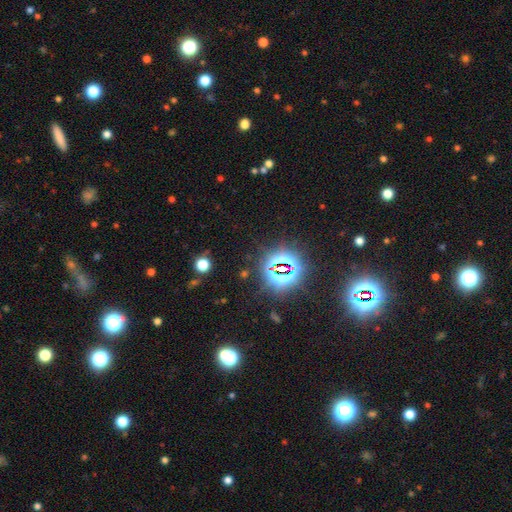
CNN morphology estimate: Smooth or featured? star or artifact (80%)